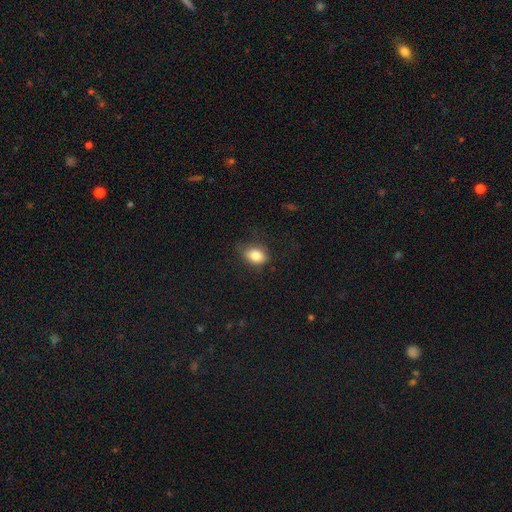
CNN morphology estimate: A smooth galaxy with no disk features (83%) that is in between round and cigar-shaped (75%). Merging: none (72%).